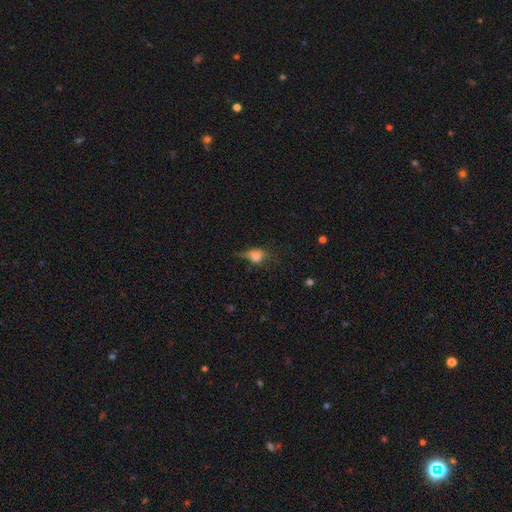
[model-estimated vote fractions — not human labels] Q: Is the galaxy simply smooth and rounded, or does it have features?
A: smooth — 67%.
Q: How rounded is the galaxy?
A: in between — 58%.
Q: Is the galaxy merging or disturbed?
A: none — 35%.